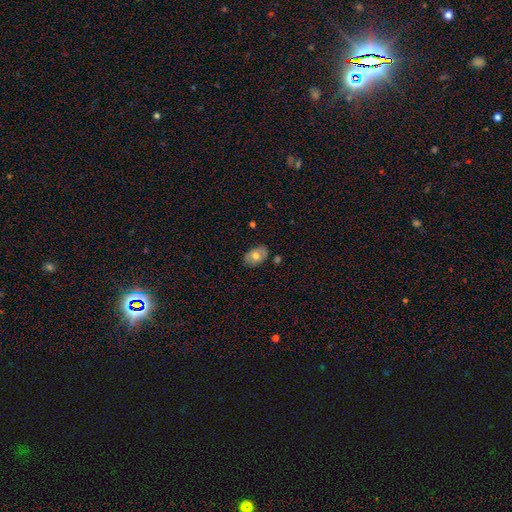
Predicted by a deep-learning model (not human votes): smooth 67%, featured or disk 25%, star or artifact 8%. Down the decision tree: how rounded — in between (86%); merging — none (78%).